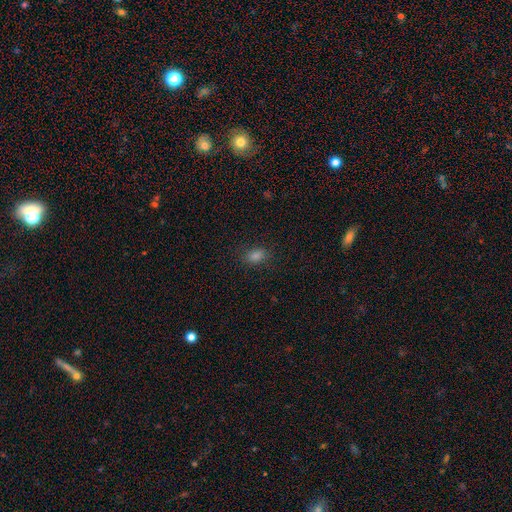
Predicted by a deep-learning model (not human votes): A smooth galaxy with no disk features (79%) that is in between round and cigar-shaped (77%). Merging: none (83%).